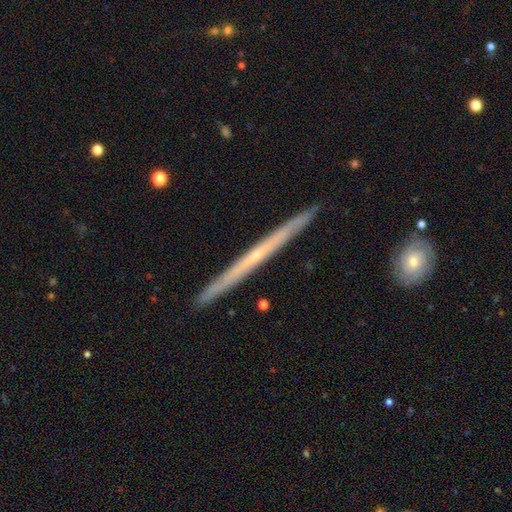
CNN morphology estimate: smooth-or-featured: featured or disk: 71% | smooth: 23% | star or artifact: 6%
  disk-edge-on: yes: 97% | no: 3%
    edge-on-bulge: none: 67% | rounded: 31% | boxy: 3%
  merging: none: 92% | minor disturbance: 6% | merger: 1% | major disturbance: 1%